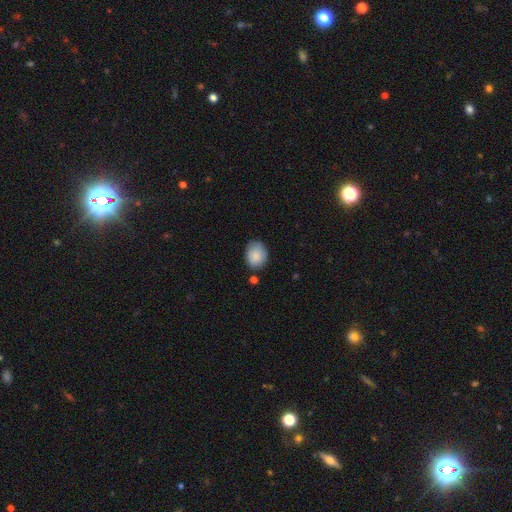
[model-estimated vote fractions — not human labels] Smooth or featured? Predicted: smooth (p=0.87). How rounded? Predicted: in between (p=0.58). Merging? Predicted: none (p=0.71).